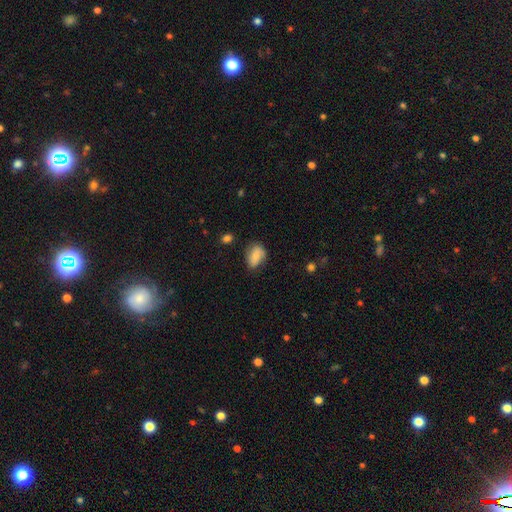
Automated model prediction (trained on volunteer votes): This is likely a smooth galaxy (66%). How rounded: clearly in between (84%). Merging: possibly none (58%).